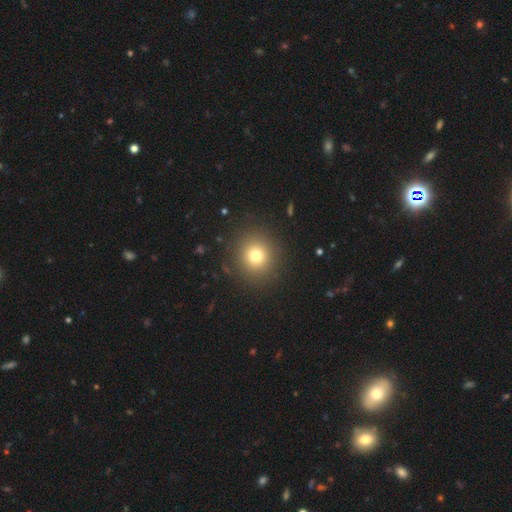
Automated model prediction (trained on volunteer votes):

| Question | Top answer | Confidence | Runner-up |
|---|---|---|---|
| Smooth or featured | smooth | 75% | star or artifact (16%) |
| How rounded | round | 91% | in between (9%) |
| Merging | none | 90% | minor disturbance (6%) |